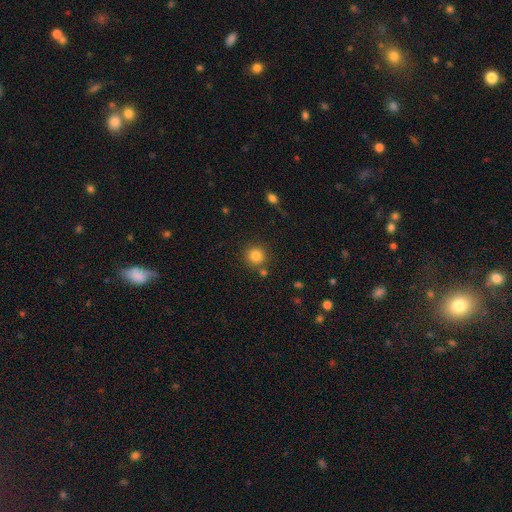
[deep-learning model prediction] Morphology: type=smooth (84%); roundness=round (93%); merging=none (82%).